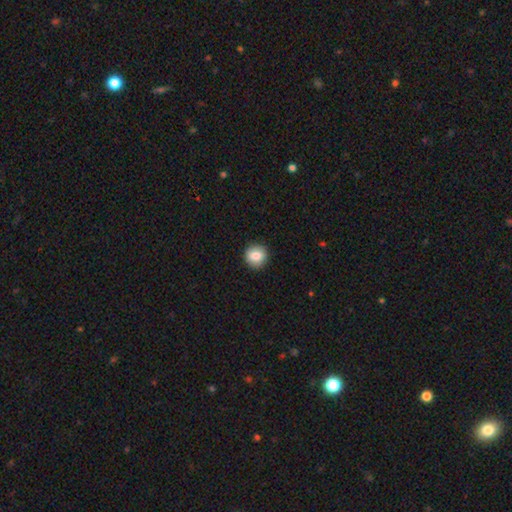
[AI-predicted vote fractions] The model was most divided on "smooth or featured": smooth: 83%, featured or disk: 9%, star or artifact: 8%. More confident: merging — none (90%); how rounded — round (90%).